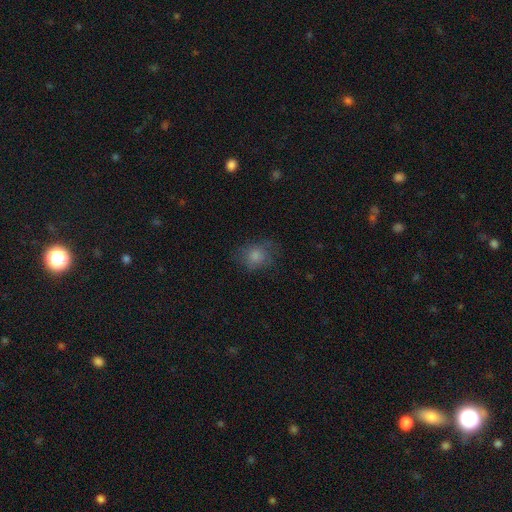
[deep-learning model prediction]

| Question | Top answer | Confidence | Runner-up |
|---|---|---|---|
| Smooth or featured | smooth | 79% | star or artifact (11%) |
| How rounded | round | 68% | in between (31%) |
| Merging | none | 66% | minor disturbance (21%) |